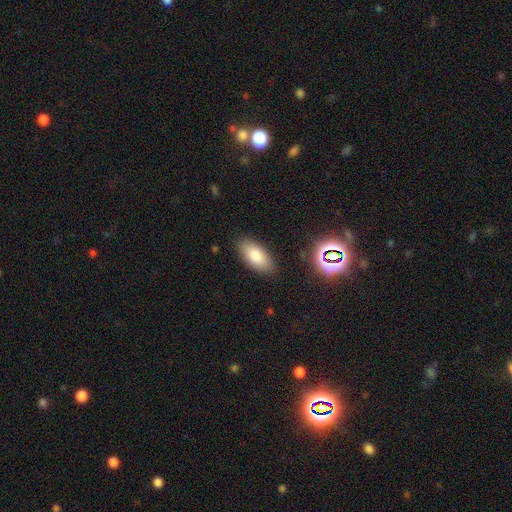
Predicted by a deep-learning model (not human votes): Smooth or featured? smooth (81%)
How rounded? in between (91%)
Merging? none (86%)